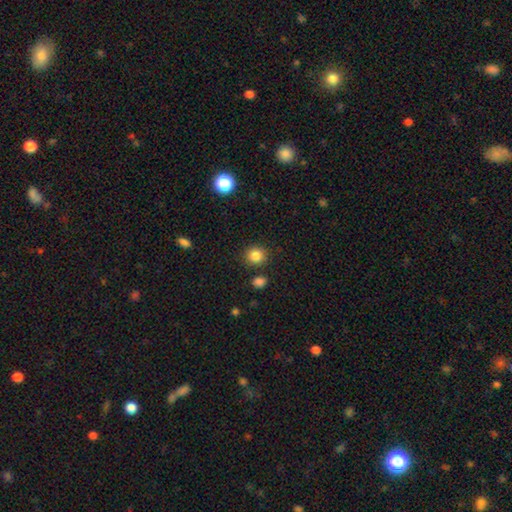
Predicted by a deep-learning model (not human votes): This appears to be a smooth galaxy with no disk features (84%) that is round (87%). Merging: none (86%).